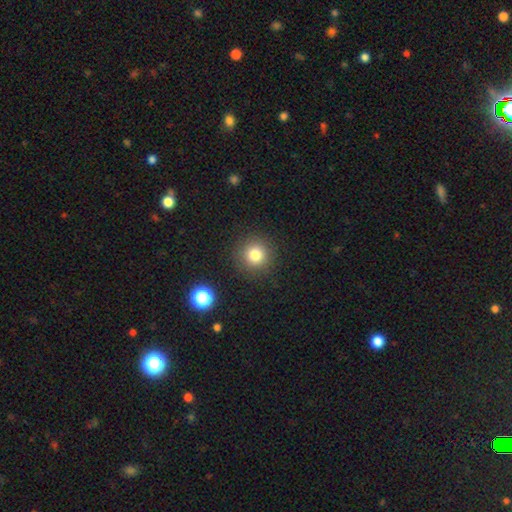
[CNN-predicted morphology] This is likely a smooth galaxy (73%). How rounded: clearly round (96%). Merging: clearly none (93%).